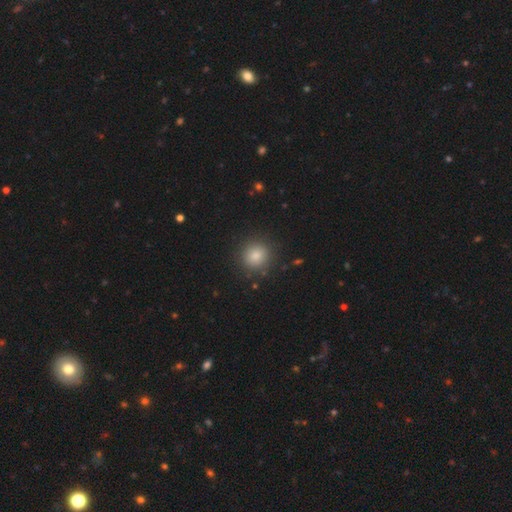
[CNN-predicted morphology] A smooth galaxy with no disk features (84%) that is round (91%).

Vote fractions:
- Smooth or featured? smooth: 84% / star or artifact: 10% / featured or disk: 6%
- How rounded? round: 91% / in between: 8% / cigar-shaped: 1%
- Merging? none: 89% / minor disturbance: 7% / major disturbance: 3% / merger: 1%